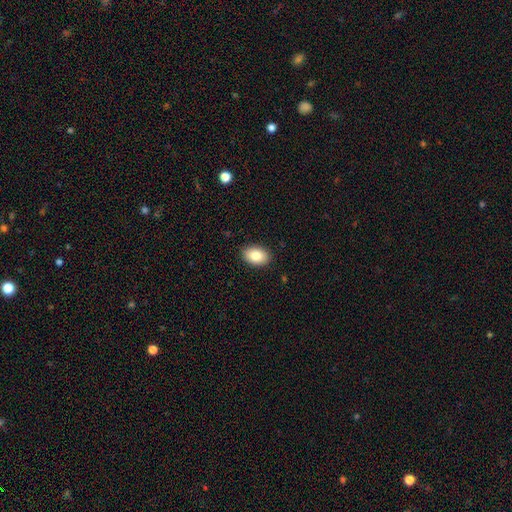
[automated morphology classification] Smooth or featured? Predicted: smooth (p=0.84). How rounded? Predicted: in between (p=0.86). Merging? Predicted: none (p=0.89).